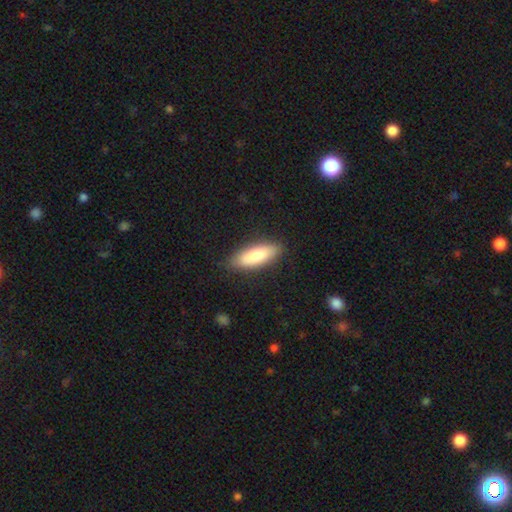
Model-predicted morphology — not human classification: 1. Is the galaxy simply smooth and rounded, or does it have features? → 81% smooth, 13% featured or disk, 6% star or artifact.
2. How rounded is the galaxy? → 62% in between, 36% cigar-shaped, 2% round.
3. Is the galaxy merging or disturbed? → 85% none, 11% minor disturbance, 2% major disturbance, 1% merger.